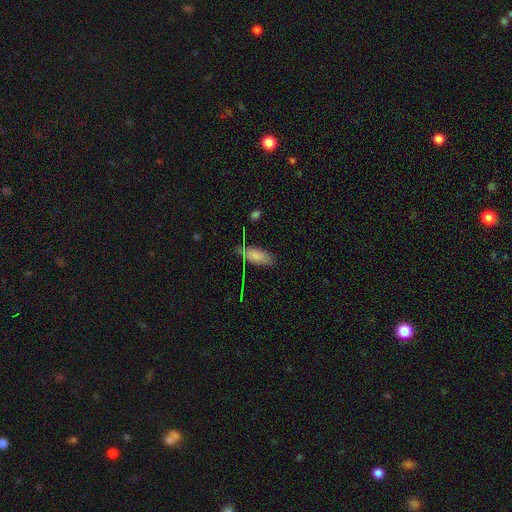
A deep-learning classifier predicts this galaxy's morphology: smooth-or-featured: smooth: 75% | star or artifact: 16% | featured or disk: 9%
  how-rounded: in between: 84% | cigar-shaped: 13% | round: 3%
  merging: none: 75% | minor disturbance: 17% | major disturbance: 5% | merger: 3%